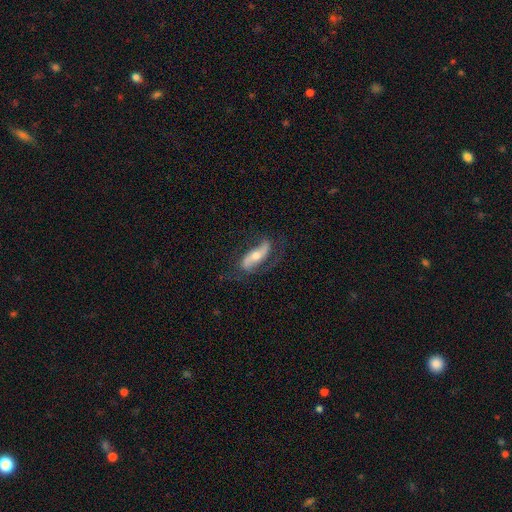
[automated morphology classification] Smooth or featured? featured or disk (71%)
Edge-on disk? no (83%)
Bar? strong (39%)
Spiral arms? yes (89%)
Spiral winding? loose (52%)
Spiral arm count? 2 (85%)
Bulge size? moderate (57%)
Merging? none (65%)